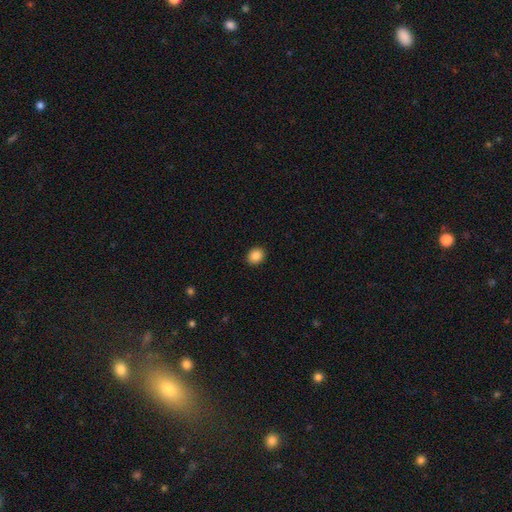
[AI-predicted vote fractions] Overall: smooth (87%). How rounded: round (69%; in between 31%). Merging: none (92%).